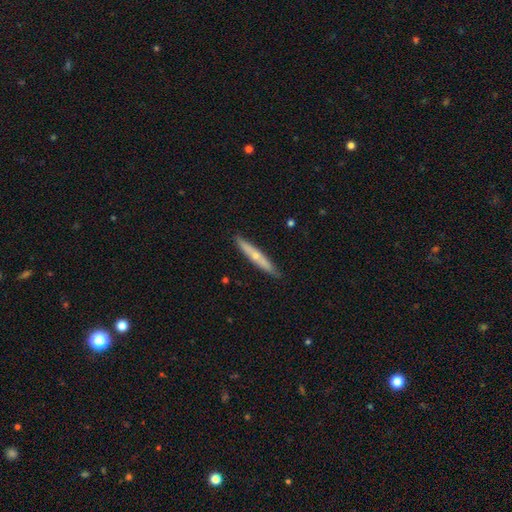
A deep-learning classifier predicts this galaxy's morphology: Smooth or featured: featured or disk — 49% (smooth — 45%)
Merging: none — 88% (minor disturbance — 9%)